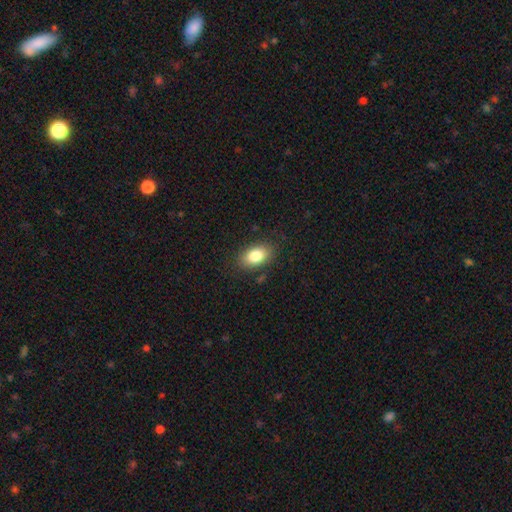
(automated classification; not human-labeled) This appears to be a smooth galaxy with no disk features (82%) that is in between round and cigar-shaped (89%). Merging: none (85%).